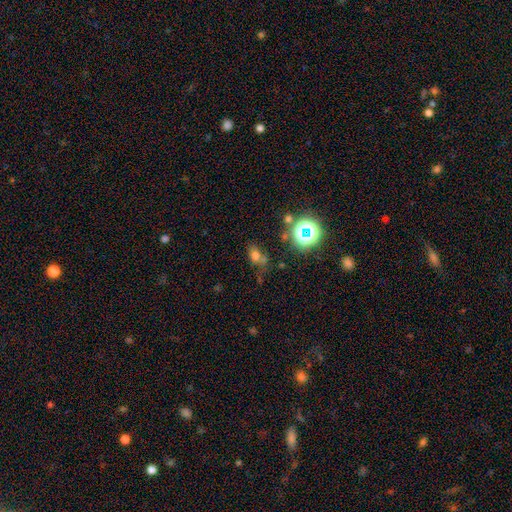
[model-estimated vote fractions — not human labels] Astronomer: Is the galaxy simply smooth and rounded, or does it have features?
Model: smooth — 62%.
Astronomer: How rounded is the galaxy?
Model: in between — 66%.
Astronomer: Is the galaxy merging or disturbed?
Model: none — 53%.